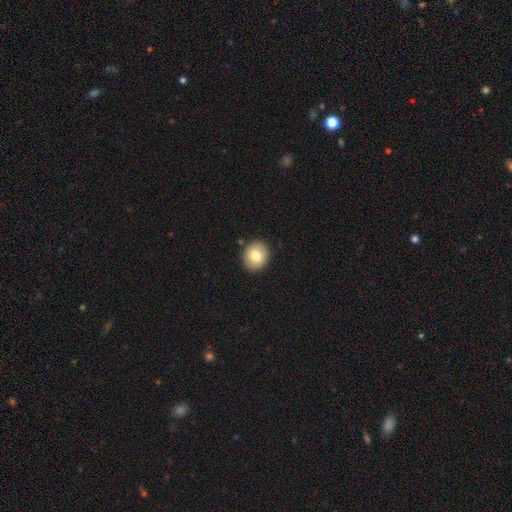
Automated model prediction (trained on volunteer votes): smooth 78%, featured or disk 14%, star or artifact 8%. Down the decision tree: how rounded — round (63%); merging — none (88%).